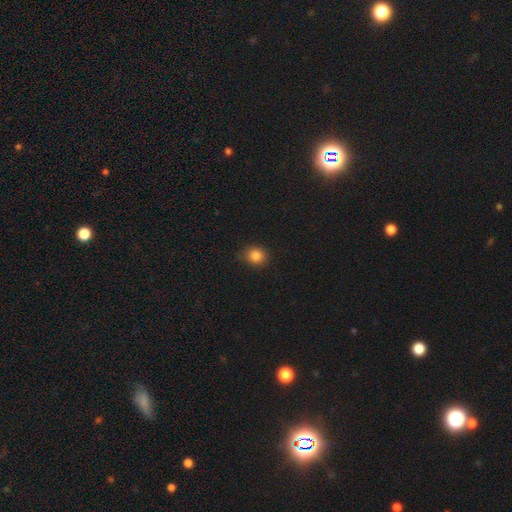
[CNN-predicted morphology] smooth_or_featured: smooth (p=0.84) [alt: star or artifact p=0.12]
how_rounded: round (p=0.76) [alt: in between p=0.23]
merging: none (p=0.84) [alt: minor disturbance p=0.13]